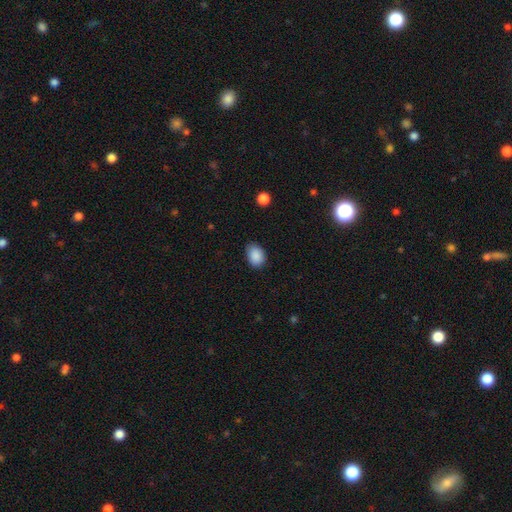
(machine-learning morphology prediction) This appears to be a smooth galaxy with no disk features (89%) that is in between round and cigar-shaped (74%). Merging: none (78%).